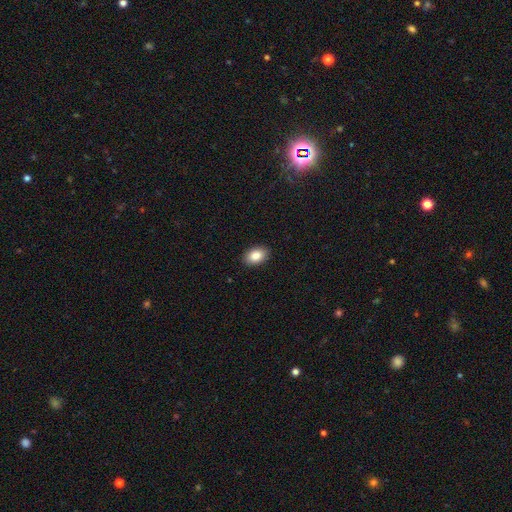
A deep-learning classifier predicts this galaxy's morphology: A smooth galaxy with no disk features (87%) that is in between round and cigar-shaped (88%). Merging: none (90%).